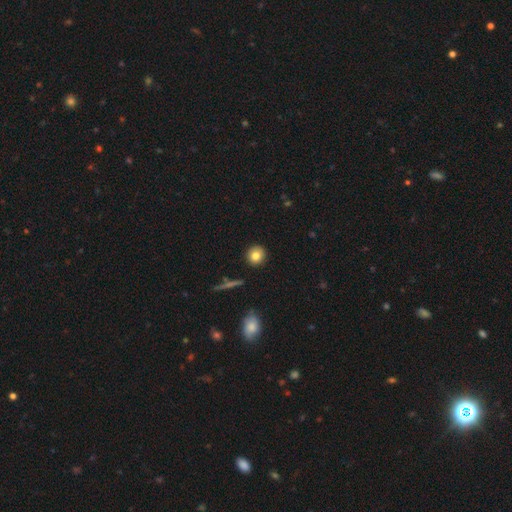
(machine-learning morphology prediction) smooth-or-featured: smooth: 80% | featured or disk: 10% | star or artifact: 10%
  how-rounded: round: 91% | in between: 8% | cigar-shaped: 1%
  merging: none: 91% | minor disturbance: 6% | major disturbance: 2% | merger: 1%